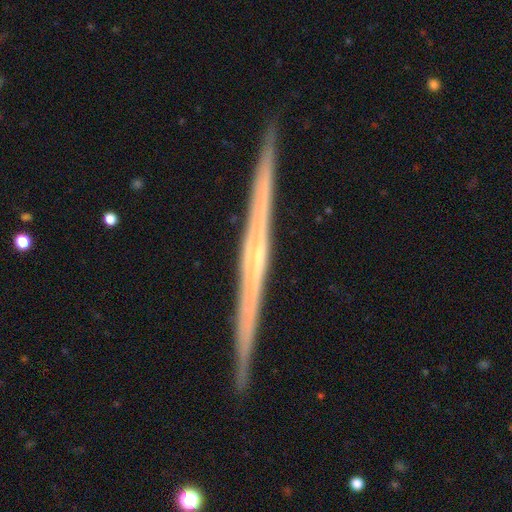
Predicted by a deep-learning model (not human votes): smooth_or_featured: featured or disk (p=0.81) [alt: smooth p=0.12]
disk_edge_on: yes (p=0.98) [alt: no p=0.02]
edge_on_bulge: none (p=0.58) [alt: rounded p=0.33]
merging: none (p=0.92) [alt: minor disturbance p=0.06]